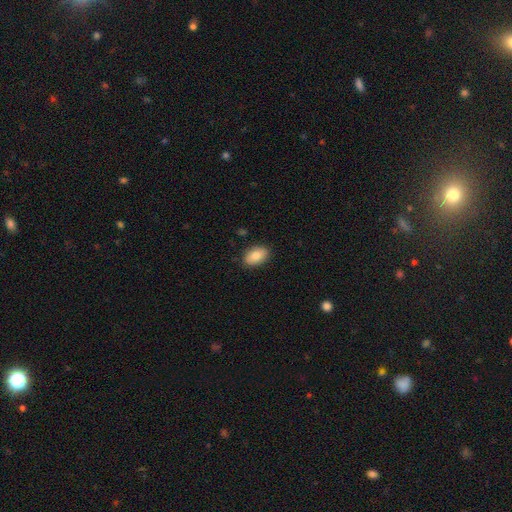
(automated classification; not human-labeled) A smooth galaxy with no disk features (83%) that is in between round and cigar-shaped (89%). Merging: none (87%).